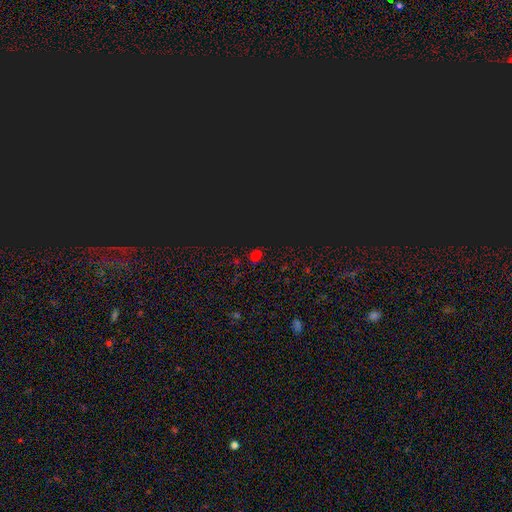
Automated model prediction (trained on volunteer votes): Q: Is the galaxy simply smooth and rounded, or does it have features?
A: star or artifact — 49%.